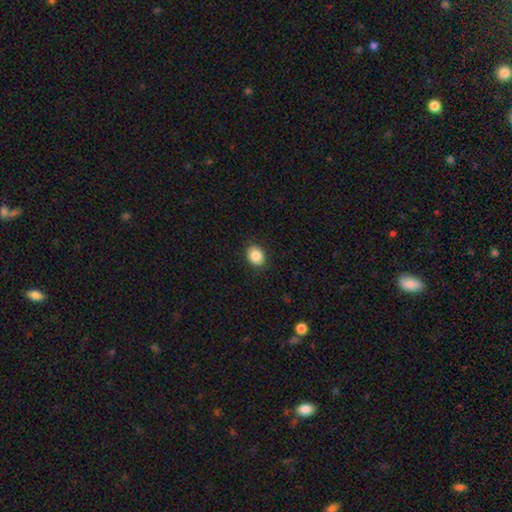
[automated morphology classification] type=smooth (86%); roundness=in between (56%); merging=none (89%).